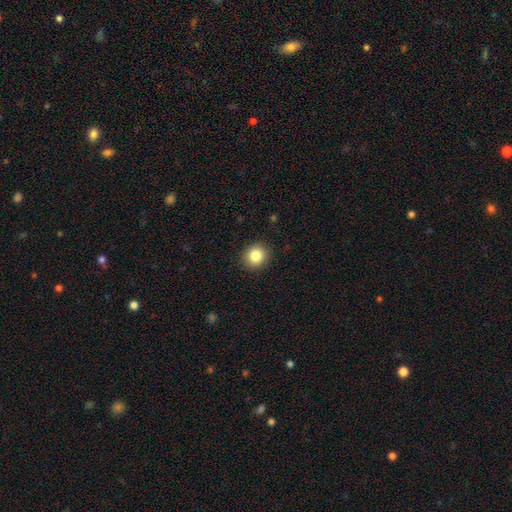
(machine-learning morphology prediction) Smooth or featured? Predicted: smooth (p=0.84). How rounded? Predicted: round (p=0.79). Merging? Predicted: none (p=0.90).